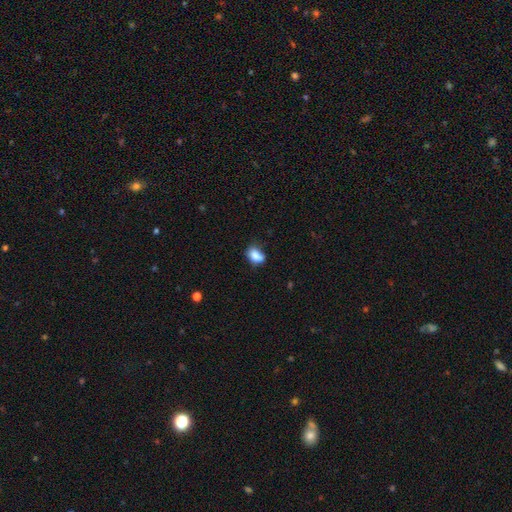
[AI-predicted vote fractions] smooth-or-featured: smooth: 82% | star or artifact: 9% | featured or disk: 9%
  how-rounded: in between: 78% | round: 20% | cigar-shaped: 2%
  merging: none: 48% | minor disturbance: 34% | major disturbance: 10% | merger: 7%